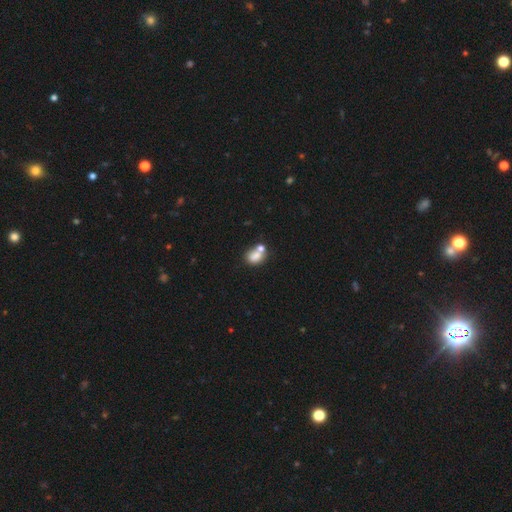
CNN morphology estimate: smooth_or_featured: smooth (p=0.75) [alt: featured or disk p=0.13]
how_rounded: in between (p=0.59) [alt: round p=0.40]
merging: merger (p=0.47) [alt: none p=0.37]